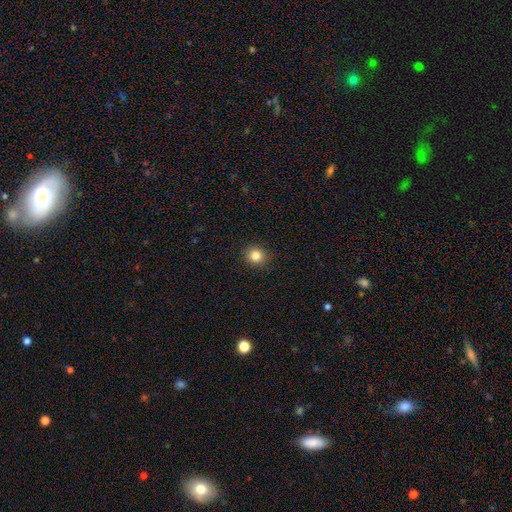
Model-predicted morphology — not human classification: Overall: smooth (83%). How rounded: round (85%). Merging: none (91%).